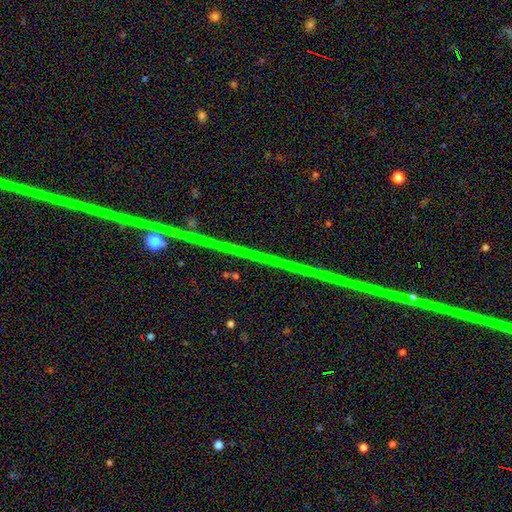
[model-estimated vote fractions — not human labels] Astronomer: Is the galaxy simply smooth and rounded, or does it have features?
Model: star or artifact — 79%.